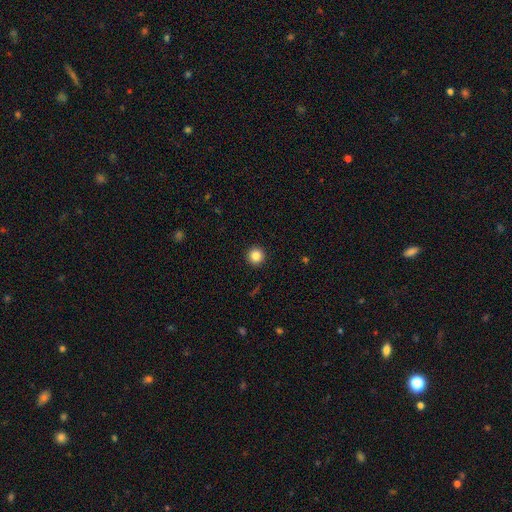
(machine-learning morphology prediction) type=smooth (86%); roundness=round (96%); merging=none (93%).